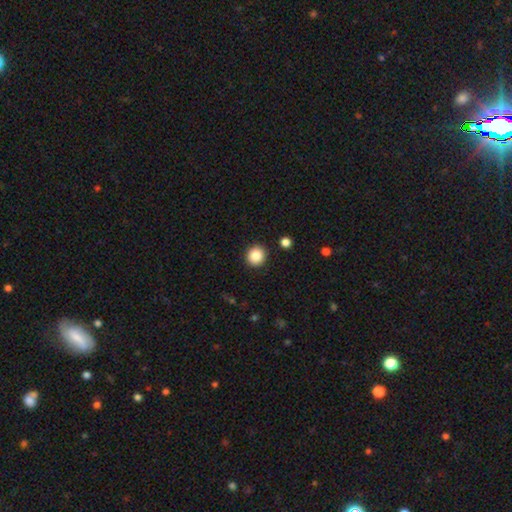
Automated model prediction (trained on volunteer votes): This is clearly a smooth galaxy (86%). How rounded: clearly round (91%). Merging: clearly none (91%).